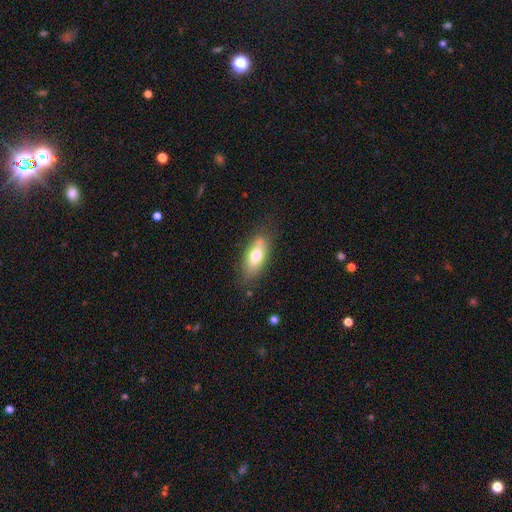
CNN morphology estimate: smooth_or_featured: smooth (p=0.72) [alt: featured or disk p=0.21]
how_rounded: in between (p=0.81) [alt: cigar-shaped p=0.16]
merging: none (p=0.73) [alt: minor disturbance p=0.18]